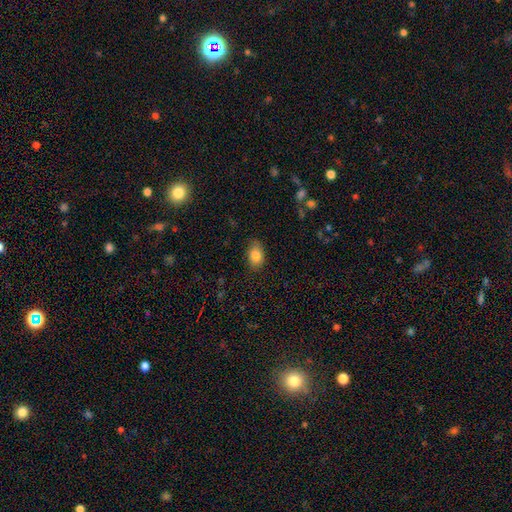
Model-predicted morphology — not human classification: smooth-or-featured: smooth: 84% | featured or disk: 8% | star or artifact: 8%
  how-rounded: in between: 87% | round: 12% | cigar-shaped: 1%
  merging: none: 81% | minor disturbance: 15% | major disturbance: 3% | merger: 1%